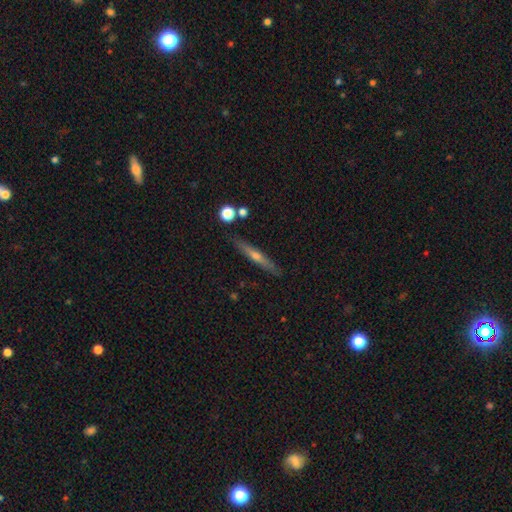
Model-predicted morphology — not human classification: Smooth or featured?
  - featured or disk: 58% *
  - smooth: 35%
  - star or artifact: 7%
Edge-on disk?
  - yes: 94% *
  - no: 6%
Edge-on bulge?
  - rounded: 75% *
  - none: 22%
  - boxy: 4%
Merging?
  - none: 88% *
  - minor disturbance: 8%
  - merger: 2%
  - major disturbance: 2%